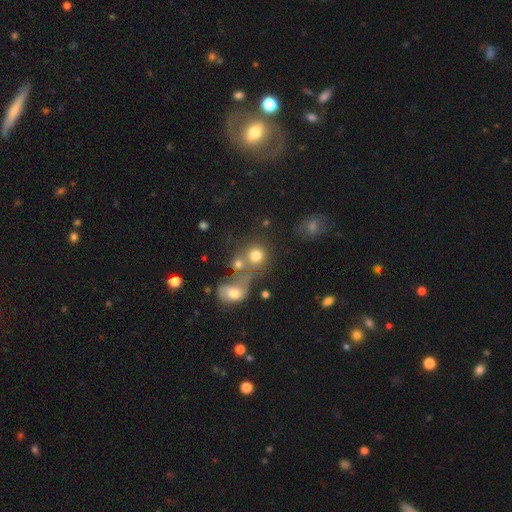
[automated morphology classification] Smooth or featured: smooth — 74% (featured or disk — 13%)
How rounded: round — 81% (in between — 18%)
Merging: merger — 44% (none — 37%)